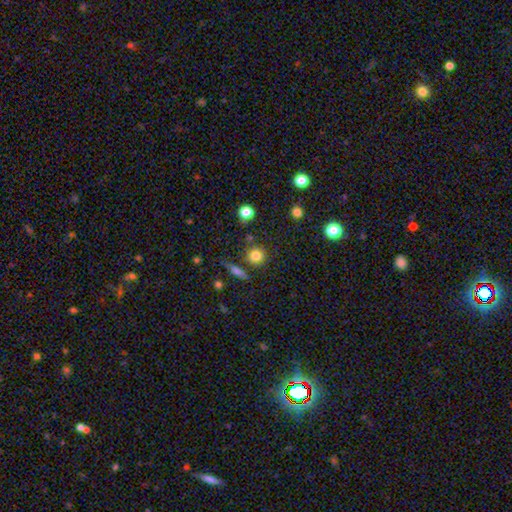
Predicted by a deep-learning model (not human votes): Smooth or featured: smooth — 80% (star or artifact — 12%)
How rounded: round — 89% (in between — 9%)
Merging: none — 80% (minor disturbance — 10%)